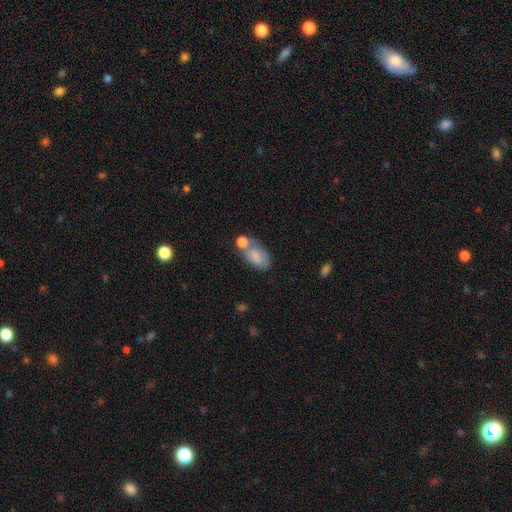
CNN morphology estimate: A smooth galaxy with no disk features (74%) that is in between round and cigar-shaped (91%). Merging: none (36%).